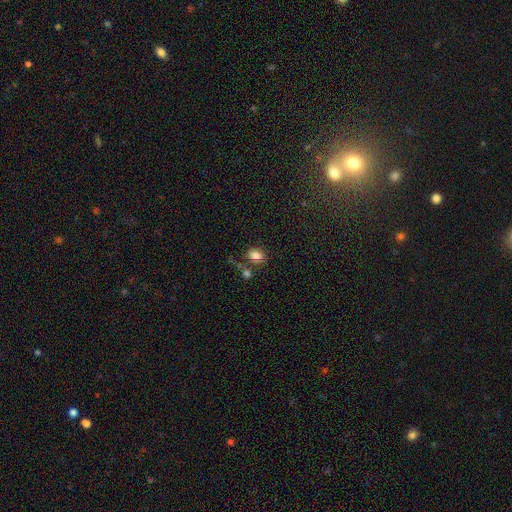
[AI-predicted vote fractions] Morphology: type=smooth (81%); roundness=in between (65%); merging=none (64%).